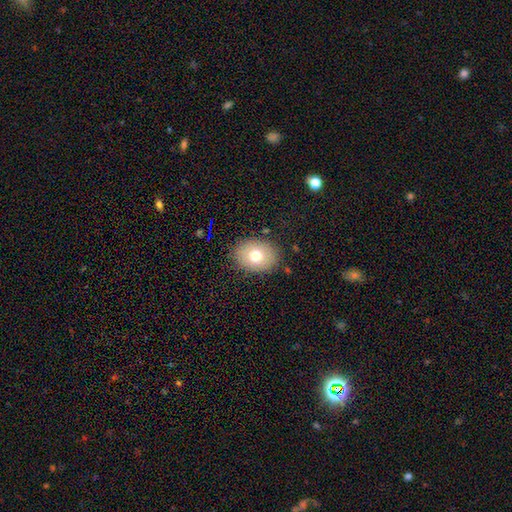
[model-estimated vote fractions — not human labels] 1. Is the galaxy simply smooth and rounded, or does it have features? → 73% smooth, 17% featured or disk, 10% star or artifact.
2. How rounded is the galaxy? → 60% in between, 39% round, 1% cigar-shaped.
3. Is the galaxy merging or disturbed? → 86% none, 9% minor disturbance, 3% major disturbance, 1% merger.